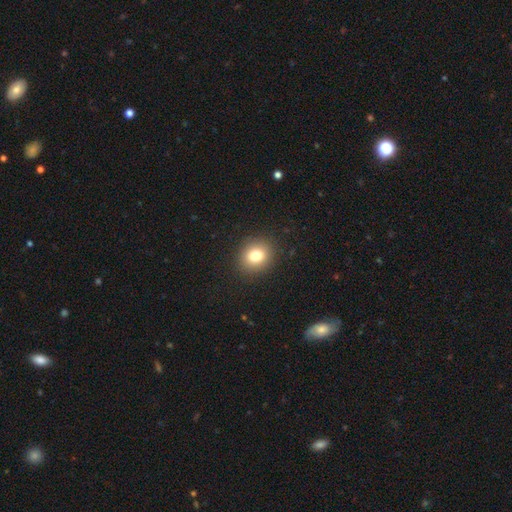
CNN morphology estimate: Smooth or featured: smooth — 79% (star or artifact — 12%)
How rounded: round — 71% (in between — 28%)
Merging: none — 90% (minor disturbance — 7%)